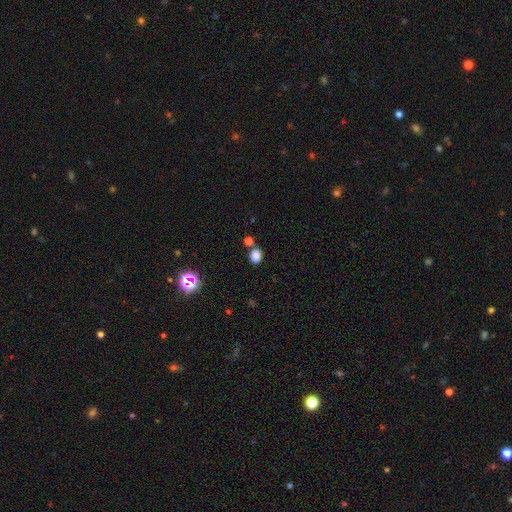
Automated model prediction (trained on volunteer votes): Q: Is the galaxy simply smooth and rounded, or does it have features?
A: smooth — 80%.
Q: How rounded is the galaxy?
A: in between — 57%.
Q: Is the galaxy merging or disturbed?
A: none — 71%.